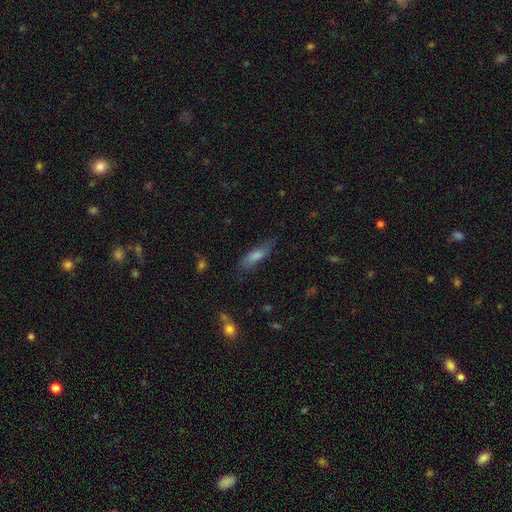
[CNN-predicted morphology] smooth-or-featured: smooth: 74% | featured or disk: 19% | star or artifact: 7%
  how-rounded: in between: 50% | cigar-shaped: 48% | round: 2%
  merging: none: 61% | minor disturbance: 27% | major disturbance: 10% | merger: 2%